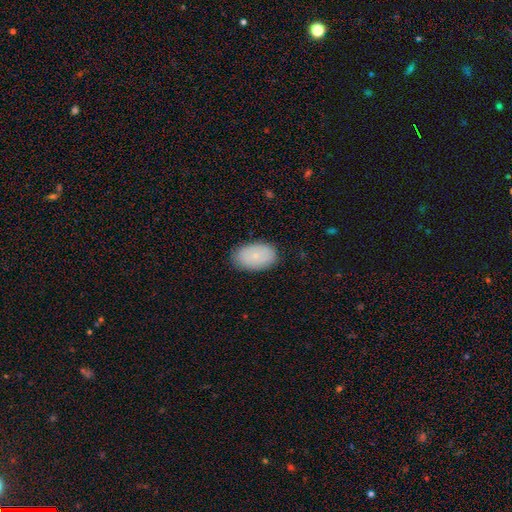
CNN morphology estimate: Smooth or featured? smooth (78%)
How rounded? in between (93%)
Merging? none (85%)